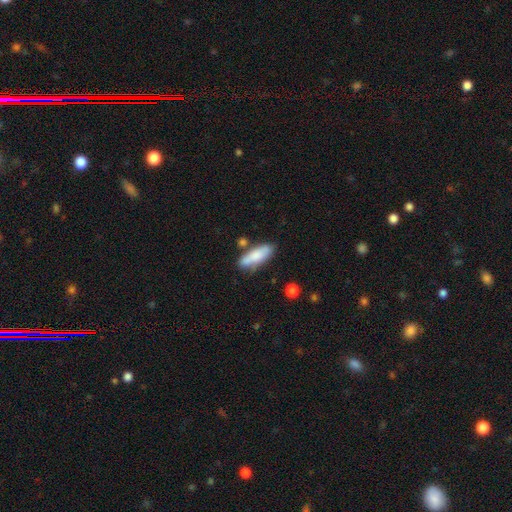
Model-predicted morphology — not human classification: A smooth galaxy with no disk features (78%) that is in between round and cigar-shaped (61%). Merging: none (69%).